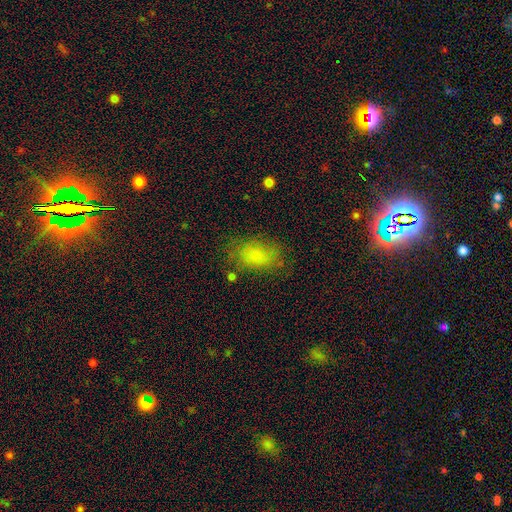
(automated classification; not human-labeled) Smooth or featured? Predicted: smooth (p=0.79). How rounded? Predicted: in between (p=0.84). Merging? Predicted: none (p=0.66).